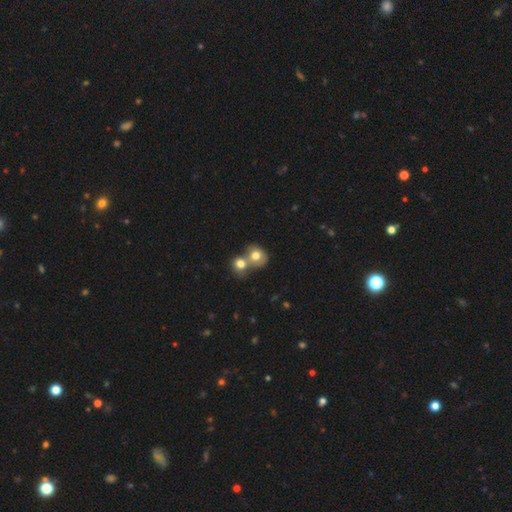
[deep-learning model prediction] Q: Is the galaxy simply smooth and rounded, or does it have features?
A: smooth — 74%.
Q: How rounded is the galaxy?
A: round — 72%.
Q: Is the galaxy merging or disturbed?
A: merger — 61%.